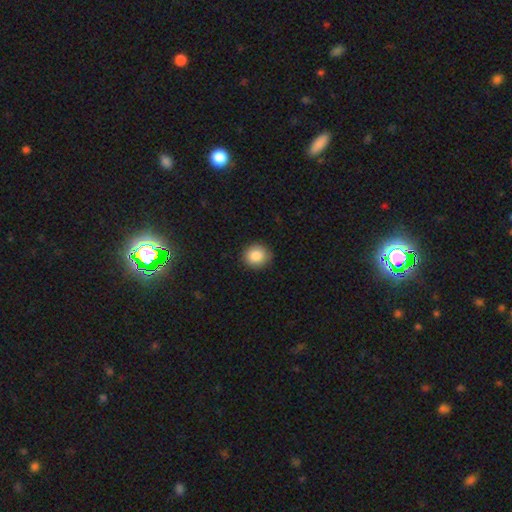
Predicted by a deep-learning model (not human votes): Smooth or featured? Predicted: smooth (p=0.87). How rounded? Predicted: round (p=0.86). Merging? Predicted: none (p=0.87).